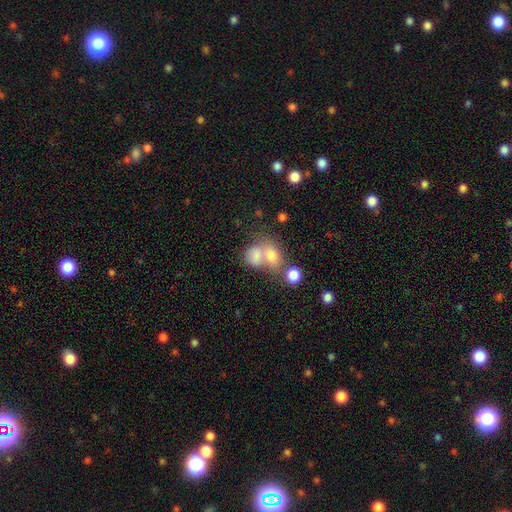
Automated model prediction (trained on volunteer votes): Smooth or featured? Predicted: smooth (p=0.73). How rounded? Predicted: in between (p=0.57). Merging? Predicted: merger (p=0.62).